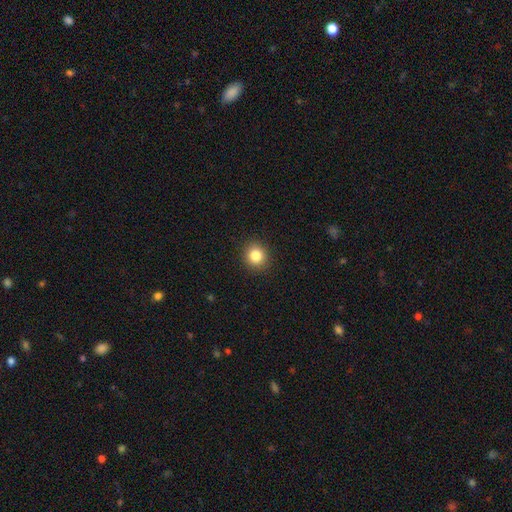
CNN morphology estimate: Smooth or featured? smooth (84%)
How rounded? round (86%)
Merging? none (91%)